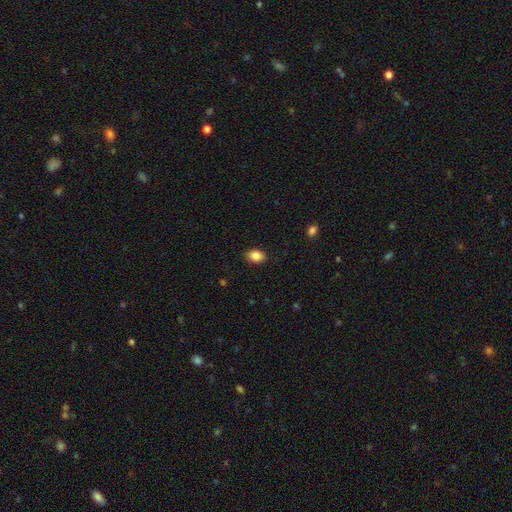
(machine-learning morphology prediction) smooth-or-featured: smooth: 87% | star or artifact: 8% | featured or disk: 5%
  how-rounded: in between: 79% | round: 20% | cigar-shaped: 1%
  merging: none: 86% | minor disturbance: 10% | major disturbance: 2% | merger: 1%